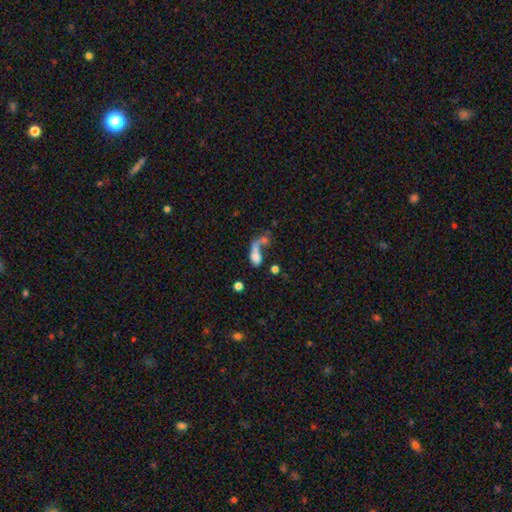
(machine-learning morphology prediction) Q: Smooth or featured?
A: smooth (57%); runner-up: featured or disk (29%)
Q: How rounded?
A: in between (65%); runner-up: round (23%)
Q: Merging?
A: merger (49%); runner-up: major disturbance (24%)